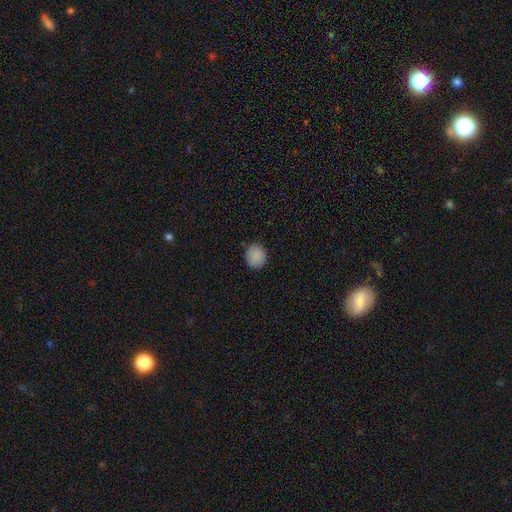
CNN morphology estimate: Q: Smooth or featured?
A: smooth (88%); runner-up: star or artifact (9%)
Q: How rounded?
A: round (79%); runner-up: in between (20%)
Q: Merging?
A: none (86%); runner-up: minor disturbance (10%)